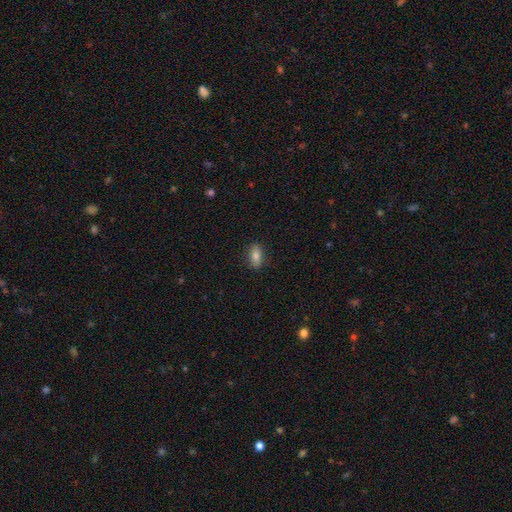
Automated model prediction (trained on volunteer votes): A smooth galaxy with no disk features (78%) that is in between round and cigar-shaped (82%).

Vote fractions:
- Smooth or featured? smooth: 78% / featured or disk: 14% / star or artifact: 8%
- How rounded? in between: 82% / cigar-shaped: 13% / round: 5%
- Merging? none: 87% / minor disturbance: 10% / major disturbance: 2% / merger: 1%